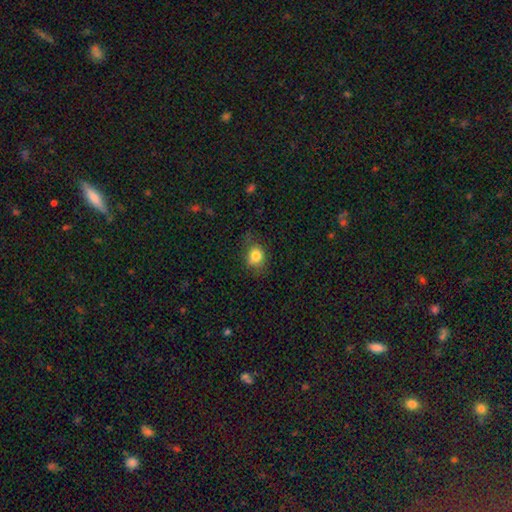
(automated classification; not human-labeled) Overall: smooth (82%). How rounded: round (61%; in between 38%). Merging: none (73%).